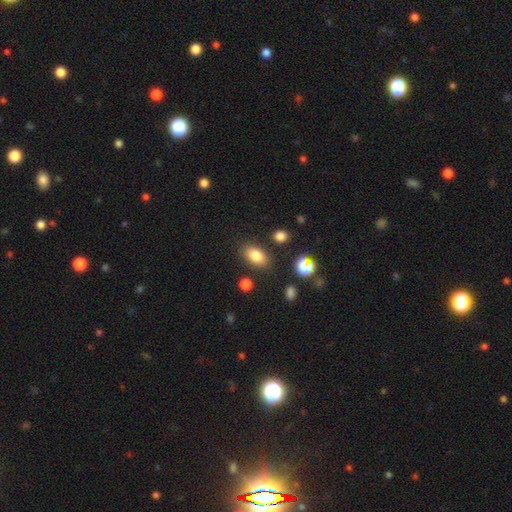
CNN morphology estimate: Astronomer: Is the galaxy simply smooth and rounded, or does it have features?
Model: smooth — 80%.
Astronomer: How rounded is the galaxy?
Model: in between — 86%.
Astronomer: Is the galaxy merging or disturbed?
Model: none — 82%.